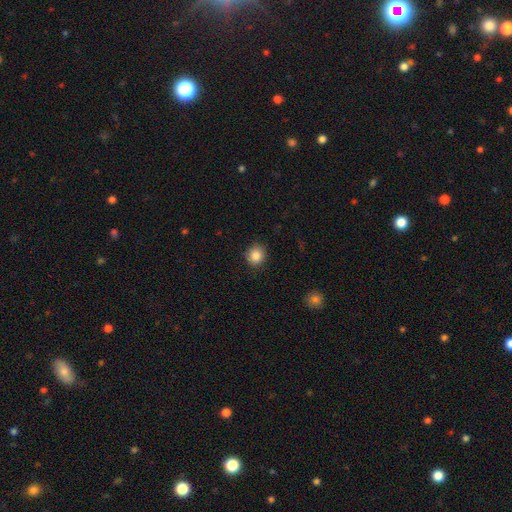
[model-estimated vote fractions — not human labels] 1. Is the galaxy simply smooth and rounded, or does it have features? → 86% smooth, 10% star or artifact, 4% featured or disk.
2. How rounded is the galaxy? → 84% round, 15% in between, 1% cigar-shaped.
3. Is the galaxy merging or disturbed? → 88% none, 9% minor disturbance, 2% major disturbance, 1% merger.